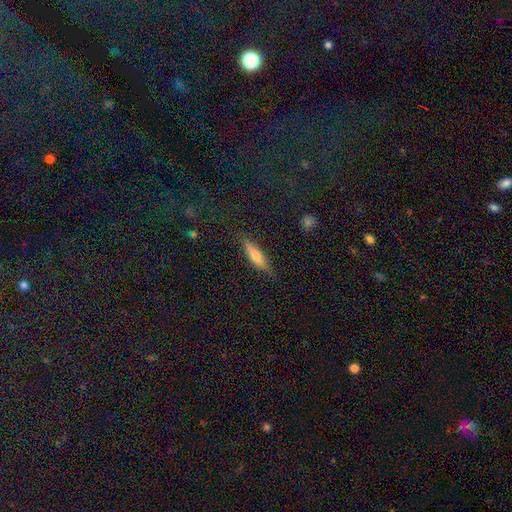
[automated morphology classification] Overall: smooth (54%; featured or disk 39%). How rounded: cigar-shaped (72%). Merging: none (85%).